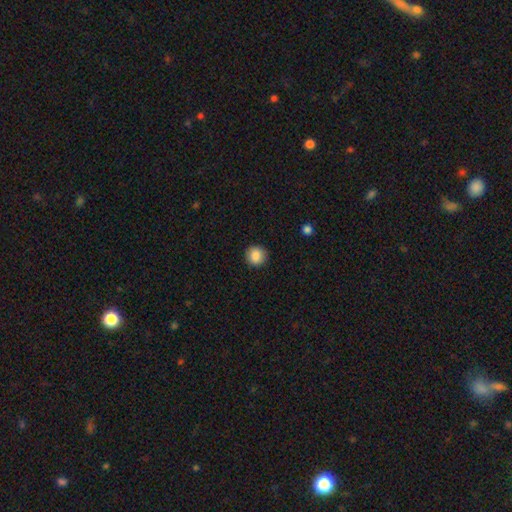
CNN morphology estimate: The model was most divided on "smooth or featured": smooth: 87%, star or artifact: 9%, featured or disk: 4%. More confident: how rounded — round (93%); merging — none (91%).